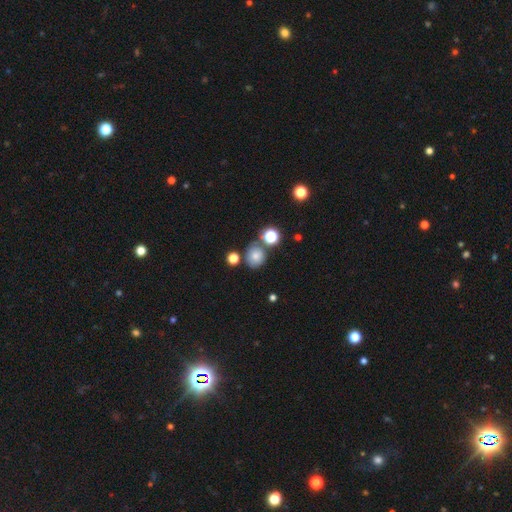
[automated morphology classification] A smooth galaxy with no disk features (70%) that is round (77%).

Vote fractions:
- Smooth or featured? smooth: 70% / star or artifact: 17% / featured or disk: 13%
- How rounded? round: 77% / in between: 22% / cigar-shaped: 1%
- Merging? none: 68% / minor disturbance: 14% / merger: 14% / major disturbance: 5%